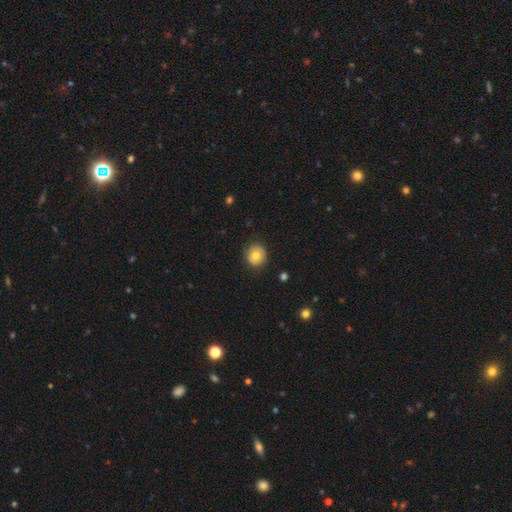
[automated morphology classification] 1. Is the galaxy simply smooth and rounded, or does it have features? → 70% smooth, 21% featured or disk, 8% star or artifact.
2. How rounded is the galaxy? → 89% round, 10% in between, 1% cigar-shaped.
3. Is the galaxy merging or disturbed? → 84% none, 12% minor disturbance, 3% major disturbance, 1% merger.